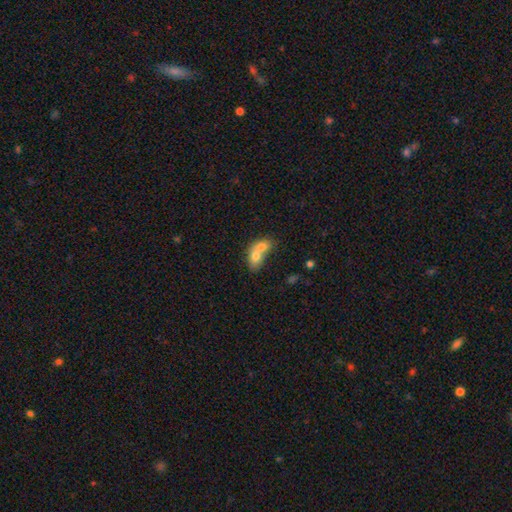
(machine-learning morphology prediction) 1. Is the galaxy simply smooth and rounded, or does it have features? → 71% smooth, 21% featured or disk, 8% star or artifact.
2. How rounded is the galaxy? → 72% in between, 26% round, 2% cigar-shaped.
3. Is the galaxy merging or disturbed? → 78% merger, 14% none, 5% minor disturbance, 3% major disturbance.